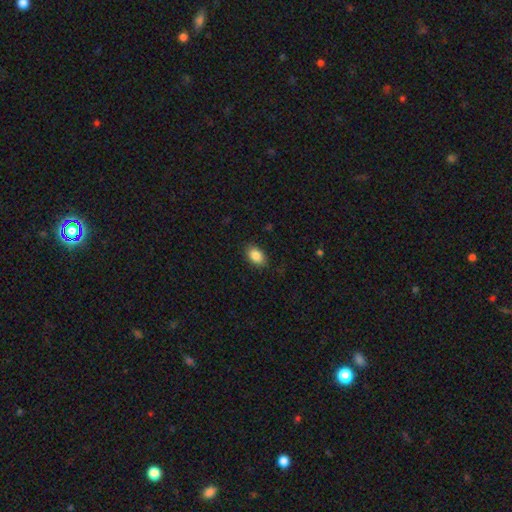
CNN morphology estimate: Smooth or featured? Predicted: smooth (p=0.86). How rounded? Predicted: in between (p=0.87). Merging? Predicted: none (p=0.84).